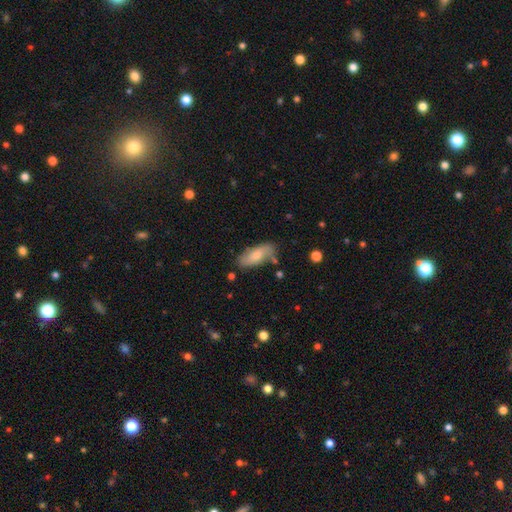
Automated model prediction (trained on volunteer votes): smooth-or-featured: smooth: 65% | featured or disk: 28% | star or artifact: 7%
  how-rounded: in between: 75% | cigar-shaped: 22% | round: 3%
  merging: none: 75% | minor disturbance: 18% | major disturbance: 4% | merger: 4%